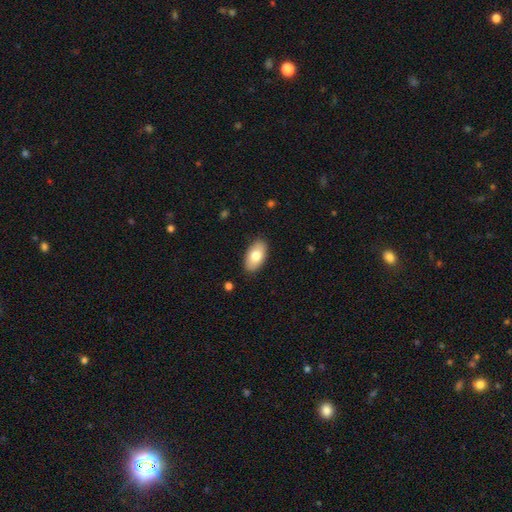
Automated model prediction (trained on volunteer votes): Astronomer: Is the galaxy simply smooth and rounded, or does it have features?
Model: smooth — 78%.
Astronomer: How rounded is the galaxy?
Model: in between — 95%.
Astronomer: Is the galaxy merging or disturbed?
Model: none — 88%.